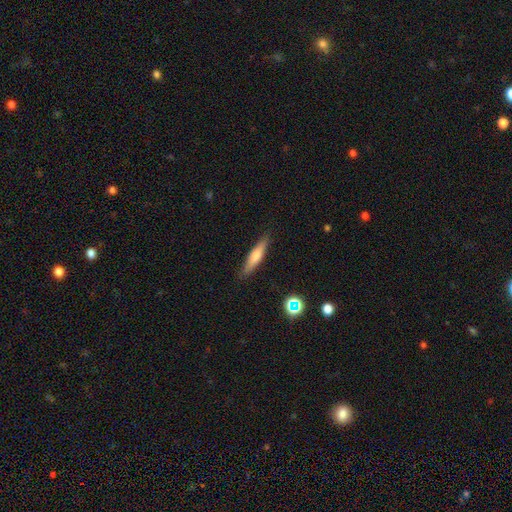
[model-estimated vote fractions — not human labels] smooth 56%, featured or disk 36%, star or artifact 8%. Down the decision tree: how rounded — cigar-shaped (82%); merging — none (87%).